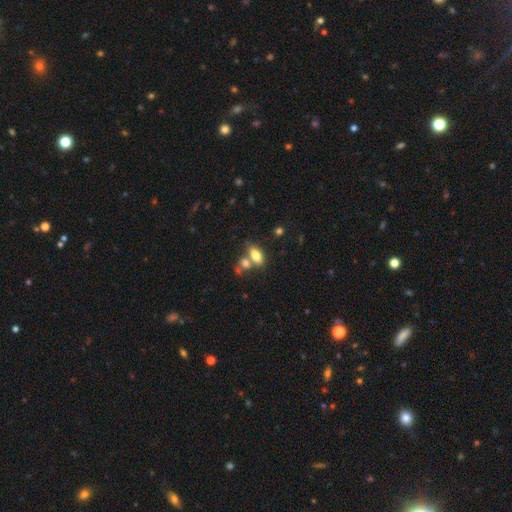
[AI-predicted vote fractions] Smooth or featured? Predicted: smooth (p=0.77). How rounded? Predicted: in between (p=0.86). Merging? Predicted: none (p=0.48).